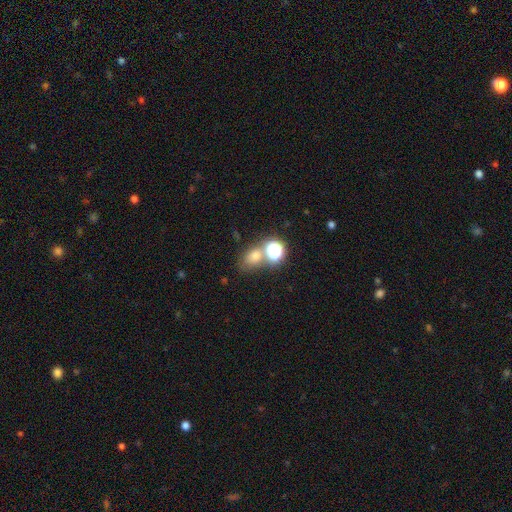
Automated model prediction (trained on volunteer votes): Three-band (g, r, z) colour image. It shows a smooth galaxy with no disk features (64%) that is in between round and cigar-shaped (51%). Merging: none (52%).